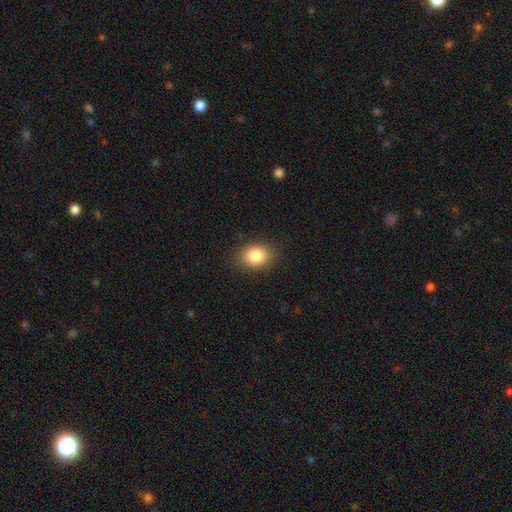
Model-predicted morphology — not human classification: Smooth or featured? smooth (83%)
How rounded? in between (60%)
Merging? none (88%)